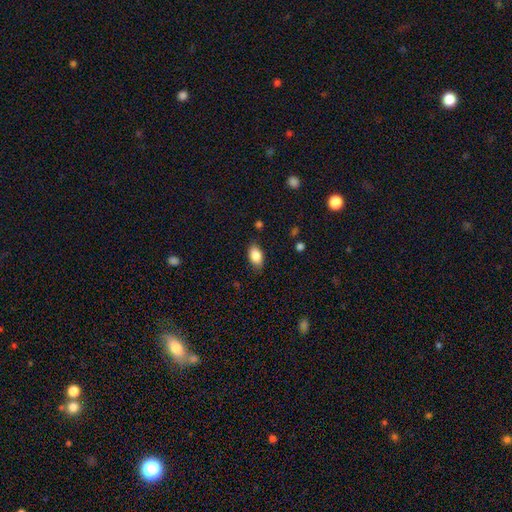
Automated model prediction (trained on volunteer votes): Smooth or featured? smooth (86%)
How rounded? in between (90%)
Merging? none (83%)